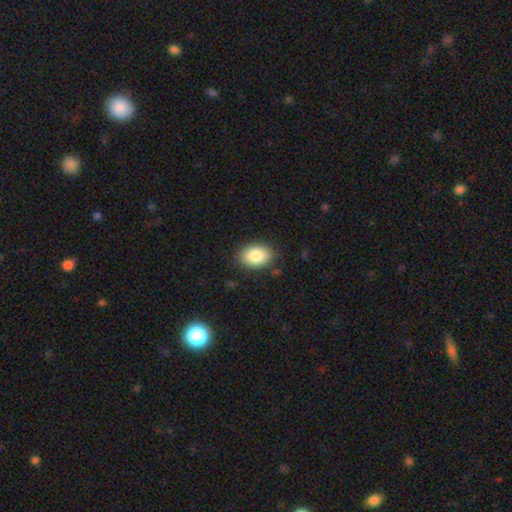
smooth 92%, featured or disk 5%, star or artifact 3%. Down the decision tree: how rounded — in between (80%); merging — none (81%).